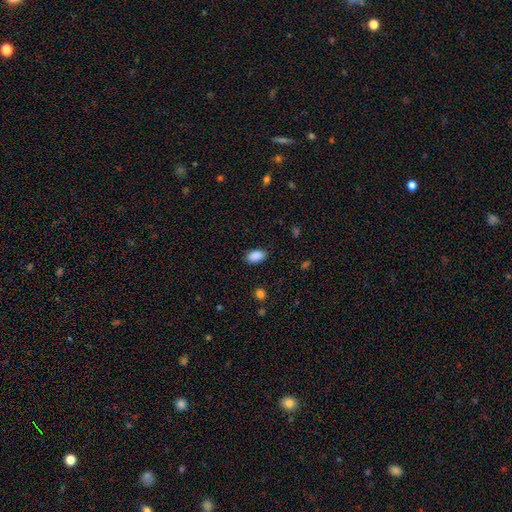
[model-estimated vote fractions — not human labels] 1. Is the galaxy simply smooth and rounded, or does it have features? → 90% smooth, 7% star or artifact, 3% featured or disk.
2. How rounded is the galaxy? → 93% in between, 5% round, 2% cigar-shaped.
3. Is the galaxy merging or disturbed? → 87% none, 10% minor disturbance, 2% major disturbance, 1% merger.